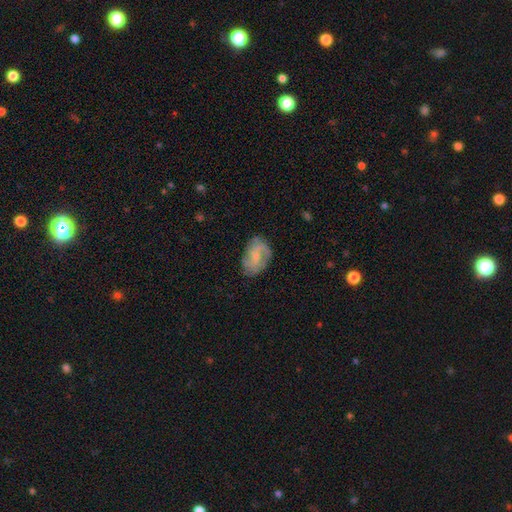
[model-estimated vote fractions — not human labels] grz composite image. It shows a featured or disk galaxy (64%) with no bar (53%), 2 (43%) medium (44%) spiral arms (88%) and a small central bulge (56%). Merging: none (70%).